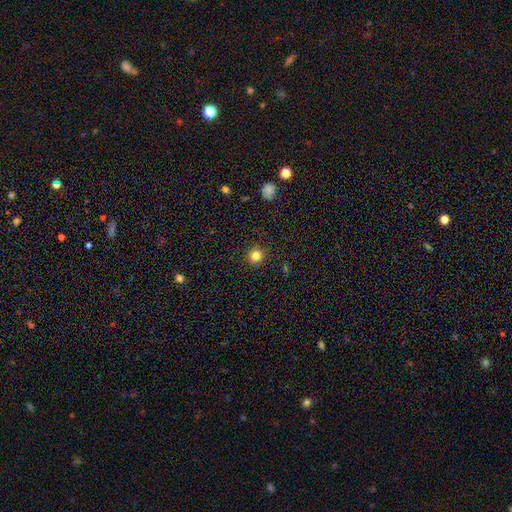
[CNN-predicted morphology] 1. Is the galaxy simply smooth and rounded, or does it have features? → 82% smooth, 13% star or artifact, 5% featured or disk.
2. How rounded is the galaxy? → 93% round, 6% in between, 1% cigar-shaped.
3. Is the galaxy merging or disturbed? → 91% none, 6% minor disturbance, 2% major disturbance, 1% merger.